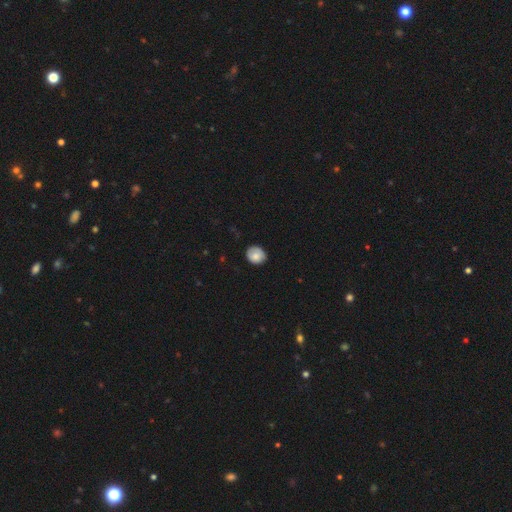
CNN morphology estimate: This is clearly a smooth galaxy (80%). How rounded: likely round (72%). Merging: likely none (77%).